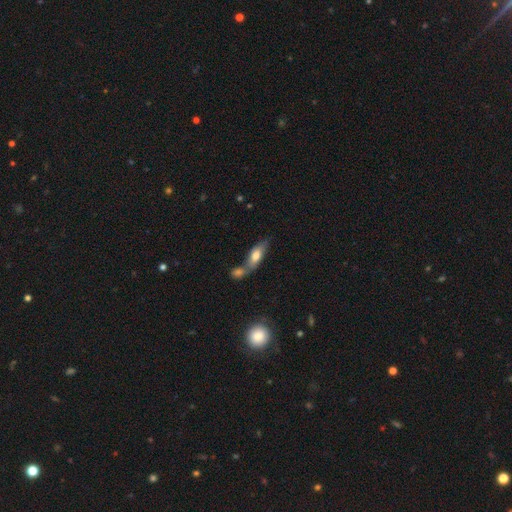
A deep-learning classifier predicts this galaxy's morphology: The model was most divided on "merging": merger: 48%, none: 35%, minor disturbance: 12%, major disturbance: 5%. More confident: how rounded — in between (73%); smooth or featured — smooth (66%).